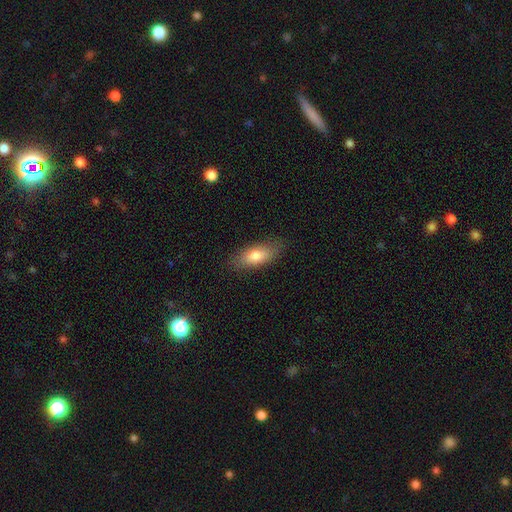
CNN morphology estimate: type=smooth (79%); roundness=in between (80%); merging=none (81%).